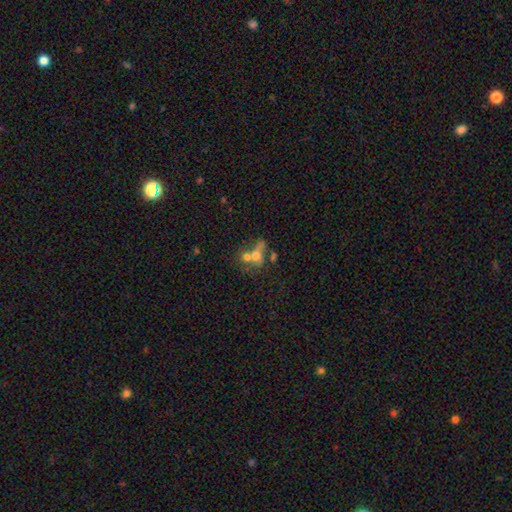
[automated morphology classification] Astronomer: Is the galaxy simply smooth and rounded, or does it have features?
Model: smooth — 59%.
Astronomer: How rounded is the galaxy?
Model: round — 52% (runner-up: in between, 44%).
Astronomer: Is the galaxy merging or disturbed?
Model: merger — 62%.